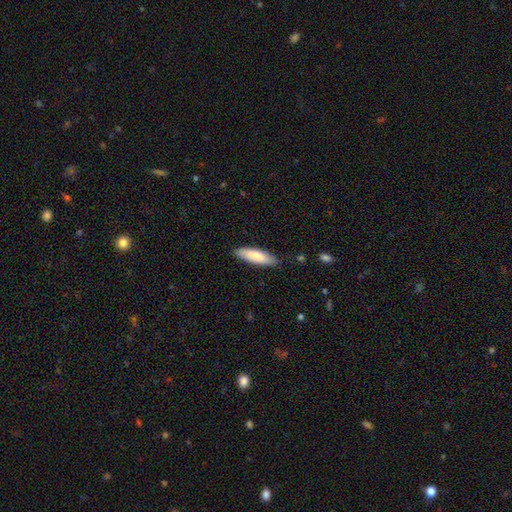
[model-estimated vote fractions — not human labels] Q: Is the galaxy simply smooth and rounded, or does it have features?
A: smooth — 82%.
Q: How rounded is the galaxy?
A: cigar-shaped — 56%.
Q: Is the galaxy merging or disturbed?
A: none — 85%.